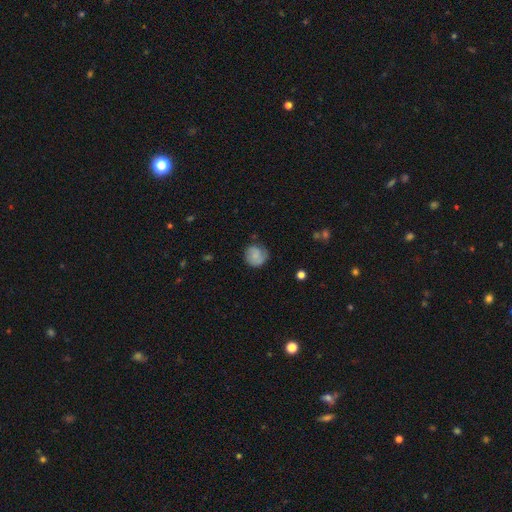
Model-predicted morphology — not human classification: A smooth galaxy with no disk features (67%) that is round (86%). Merging: none (67%).